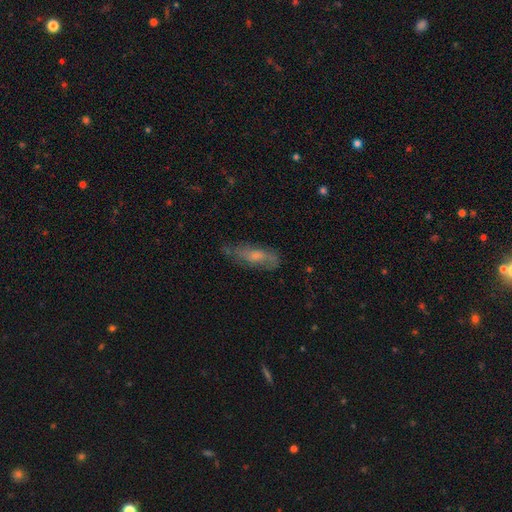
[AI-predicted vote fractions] smooth-or-featured: smooth: 48% | featured or disk: 43% | star or artifact: 9%
  merging: none: 65% | minor disturbance: 24% | major disturbance: 8% | merger: 3%